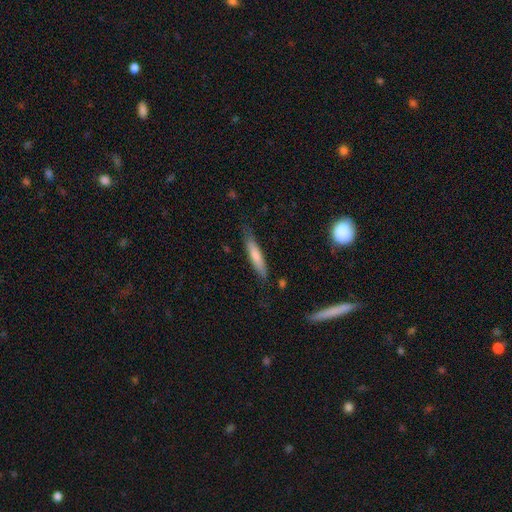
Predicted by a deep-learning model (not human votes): Smooth or featured: smooth — 71% (featured or disk — 23%)
How rounded: cigar-shaped — 86% (in between — 12%)
Merging: none — 80% (minor disturbance — 16%)